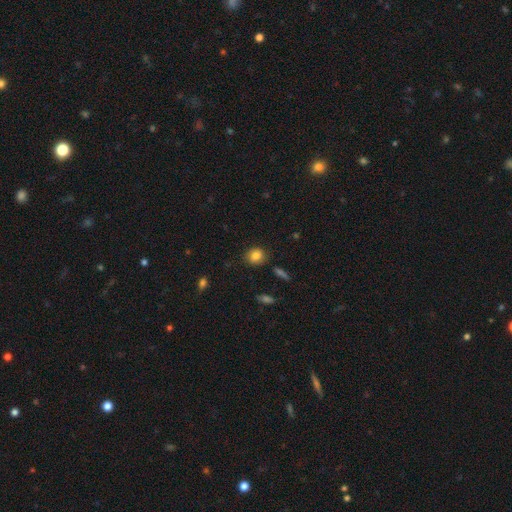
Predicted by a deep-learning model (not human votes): Morphology: type=smooth (83%); roundness=round (70%); merging=none (84%).